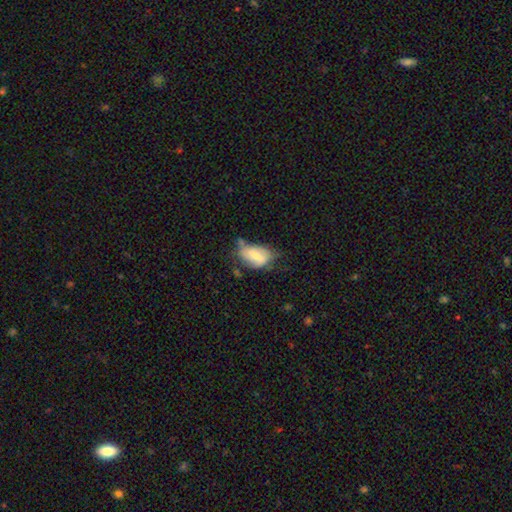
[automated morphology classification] Smooth or featured? smooth (56%)
How rounded? in between (88%)
Merging? minor disturbance (38%)